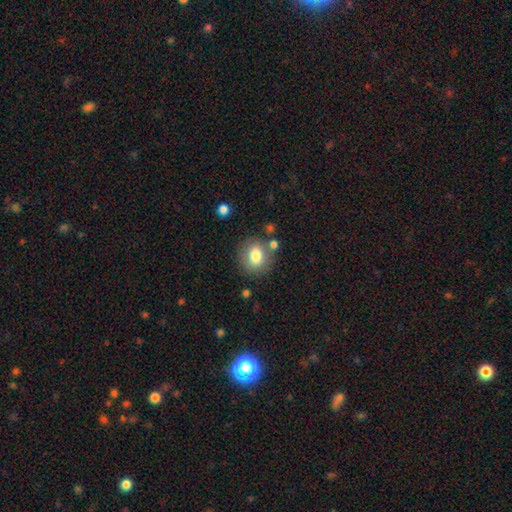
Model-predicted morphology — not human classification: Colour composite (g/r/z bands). It shows a smooth galaxy with no disk features (78%) that is round (73%). Merging: none (77%).